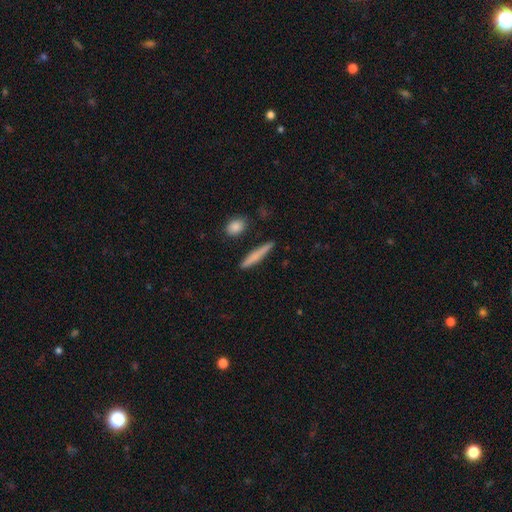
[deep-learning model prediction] smooth 72%, featured or disk 22%, star or artifact 6%. Down the decision tree: how rounded — cigar-shaped (93%); merging — none (88%).